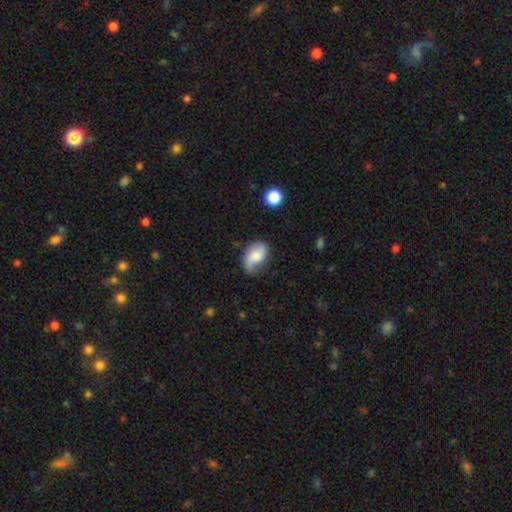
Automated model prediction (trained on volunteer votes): A featured or disk galaxy (47%). Merging: none (54%).